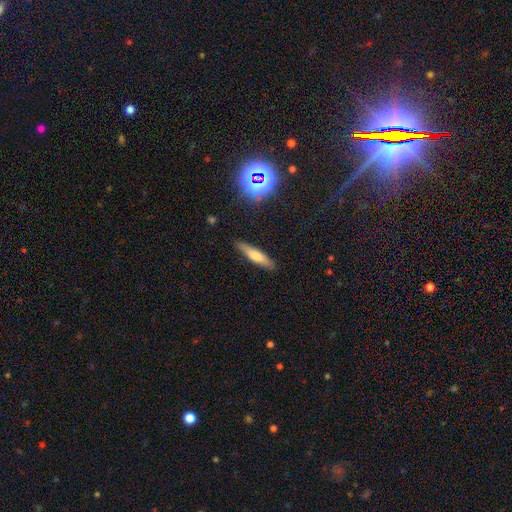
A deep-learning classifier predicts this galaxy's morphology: This is likely a smooth galaxy (62%). How rounded: clearly cigar-shaped (81%). Merging: clearly none (86%).